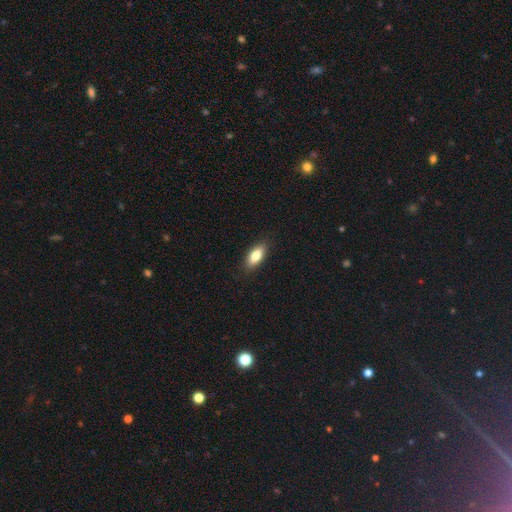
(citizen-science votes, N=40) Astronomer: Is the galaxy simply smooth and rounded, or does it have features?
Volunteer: smooth — 75%.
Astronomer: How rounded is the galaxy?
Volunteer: in between — 93%.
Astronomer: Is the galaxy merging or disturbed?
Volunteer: none — 86%.